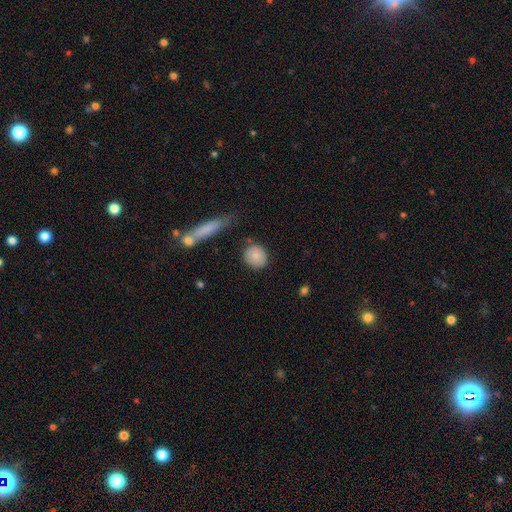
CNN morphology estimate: Smooth or featured? smooth (81%)
How rounded? round (78%)
Merging? none (78%)